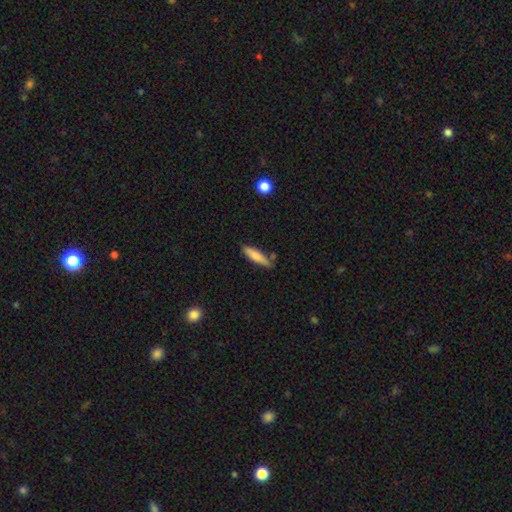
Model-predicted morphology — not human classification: Smooth or featured?
  - smooth: 78% *
  - featured or disk: 16%
  - star or artifact: 6%
How rounded?
  - cigar-shaped: 76% *
  - in between: 22%
  - round: 2%
Merging?
  - none: 76% *
  - minor disturbance: 16%
  - merger: 5%
  - major disturbance: 3%